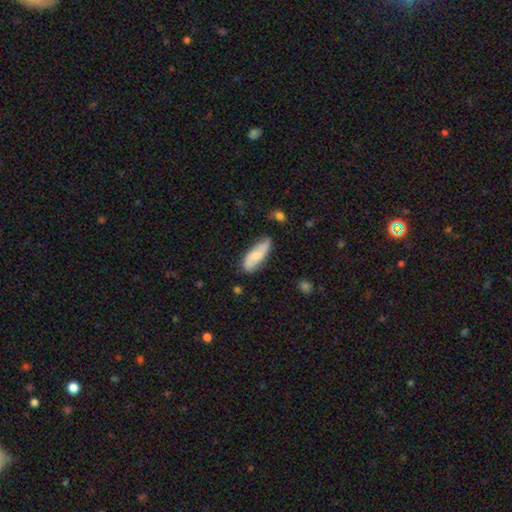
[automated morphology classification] Smooth or featured: smooth — 57% (featured or disk — 37%)
How rounded: in between — 62% (cigar-shaped — 35%)
Merging: none — 71% (minor disturbance — 21%)